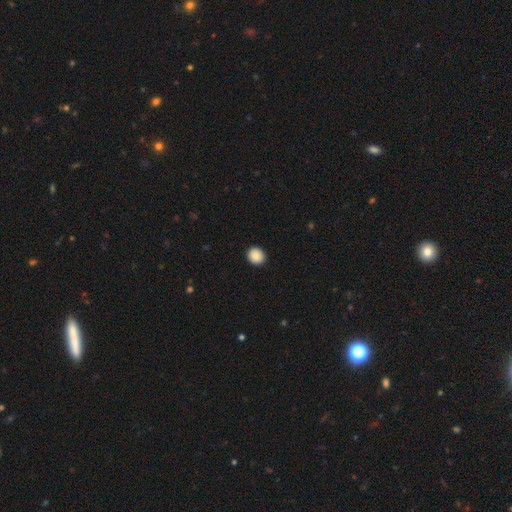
A smooth galaxy with no disk features (97%) that is round (92%). Merging: none (92%).